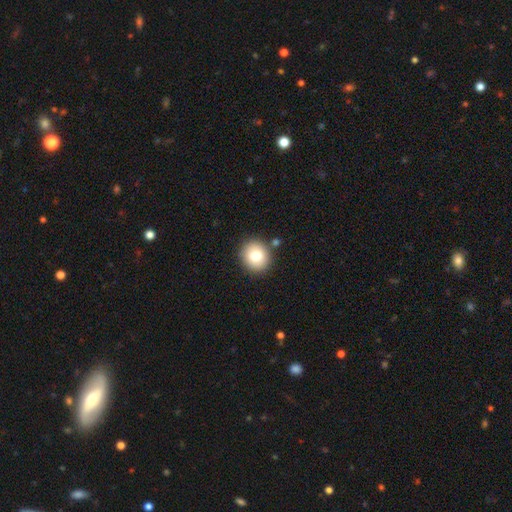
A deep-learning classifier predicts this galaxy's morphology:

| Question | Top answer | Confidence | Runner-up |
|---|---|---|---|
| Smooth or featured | smooth | 78% | featured or disk (12%) |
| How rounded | round | 84% | in between (15%) |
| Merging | none | 85% | minor disturbance (8%) |